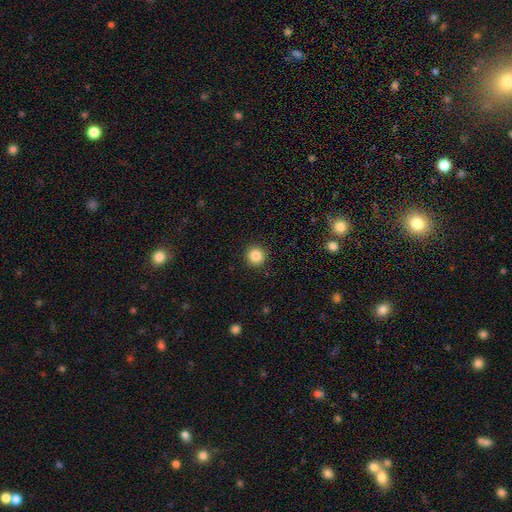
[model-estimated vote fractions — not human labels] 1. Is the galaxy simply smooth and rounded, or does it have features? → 85% smooth, 11% star or artifact, 4% featured or disk.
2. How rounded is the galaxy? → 95% round, 4% in between, 1% cigar-shaped.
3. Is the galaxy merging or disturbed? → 92% none, 5% minor disturbance, 2% major disturbance, 1% merger.